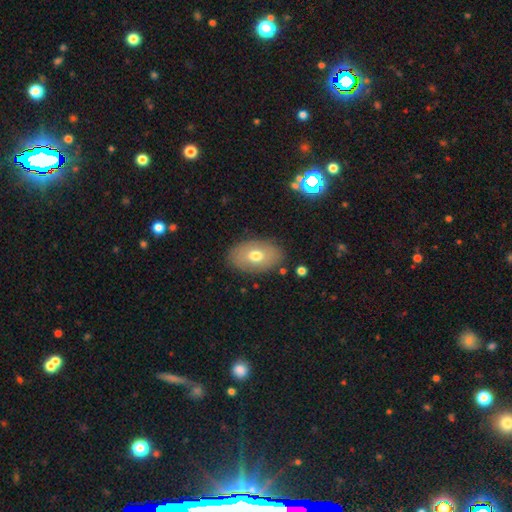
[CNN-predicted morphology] Smooth or featured?
  - smooth: 67% *
  - featured or disk: 25%
  - star or artifact: 7%
How rounded?
  - in between: 89% *
  - round: 10%
  - cigar-shaped: 1%
Merging?
  - none: 84% *
  - minor disturbance: 11%
  - major disturbance: 3%
  - merger: 2%